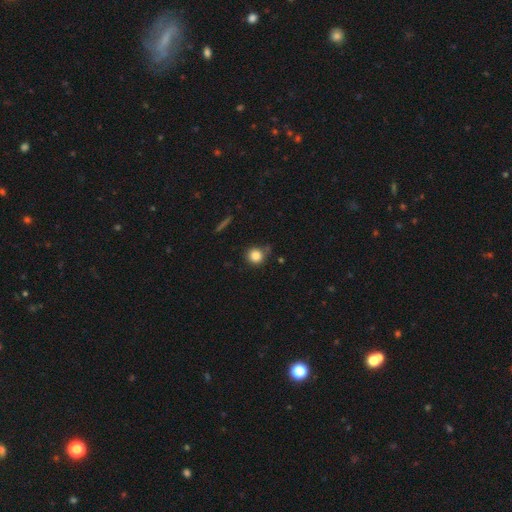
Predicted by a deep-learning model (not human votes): Smooth or featured: smooth — 84% (star or artifact — 11%)
How rounded: round — 92% (in between — 7%)
Merging: none — 72% (minor disturbance — 17%)